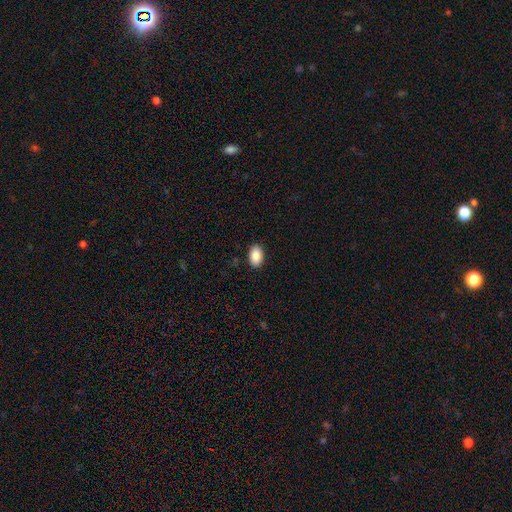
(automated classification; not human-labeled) smooth_or_featured: smooth (p=0.89) [alt: star or artifact p=0.07]
how_rounded: in between (p=0.90) [alt: round p=0.08]
merging: none (p=0.89) [alt: minor disturbance p=0.08]